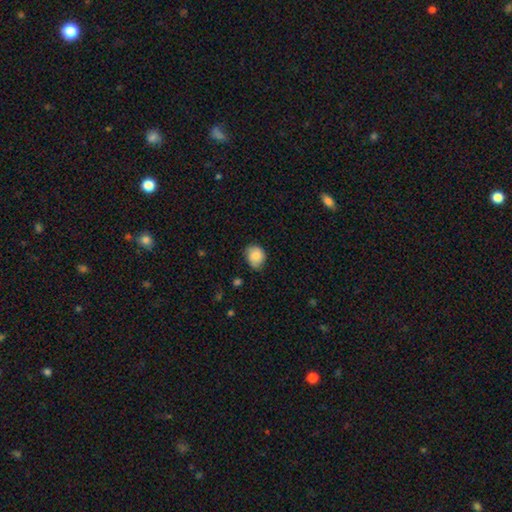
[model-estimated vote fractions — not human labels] Smooth or featured?
  - smooth: 83% *
  - featured or disk: 9%
  - star or artifact: 8%
How rounded?
  - round: 63% *
  - in between: 37%
  - cigar-shaped: 1%
Merging?
  - none: 67% *
  - minor disturbance: 27%
  - major disturbance: 4%
  - merger: 1%